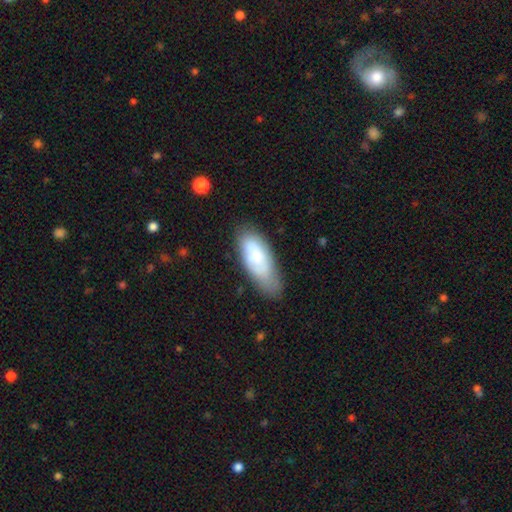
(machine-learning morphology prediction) A smooth galaxy with no disk features (72%) that is in between round and cigar-shaped (75%). Merging: none (60%).